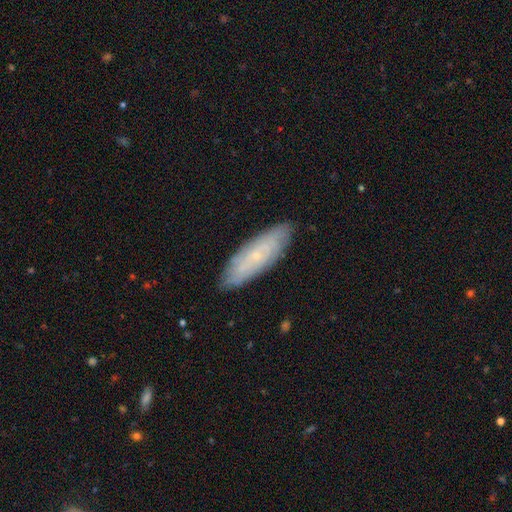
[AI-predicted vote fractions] Overall: featured or disk (47%; smooth 44%). Merging: none (86%).